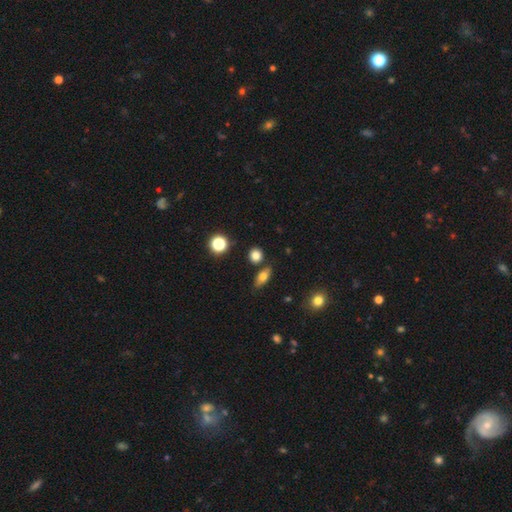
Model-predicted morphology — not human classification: smooth-or-featured: smooth: 79% | star or artifact: 13% | featured or disk: 9%
  how-rounded: round: 73% | in between: 23% | cigar-shaped: 3%
  merging: none: 79% | minor disturbance: 9% | merger: 9% | major disturbance: 3%